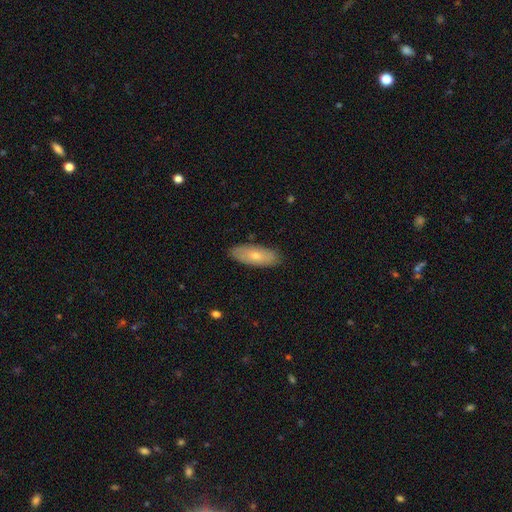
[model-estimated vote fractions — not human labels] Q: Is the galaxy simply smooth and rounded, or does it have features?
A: smooth — 67%.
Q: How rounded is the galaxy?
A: in between — 77%.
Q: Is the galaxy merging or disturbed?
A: none — 85%.